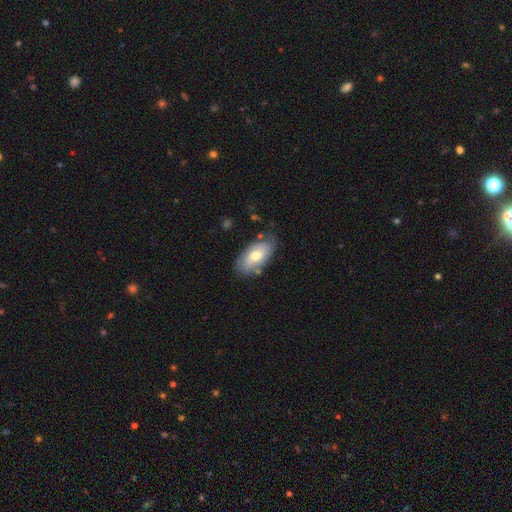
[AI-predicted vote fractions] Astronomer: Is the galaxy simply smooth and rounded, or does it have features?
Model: smooth — 63%.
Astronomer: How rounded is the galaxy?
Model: in between — 93%.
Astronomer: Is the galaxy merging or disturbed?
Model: none — 71%.